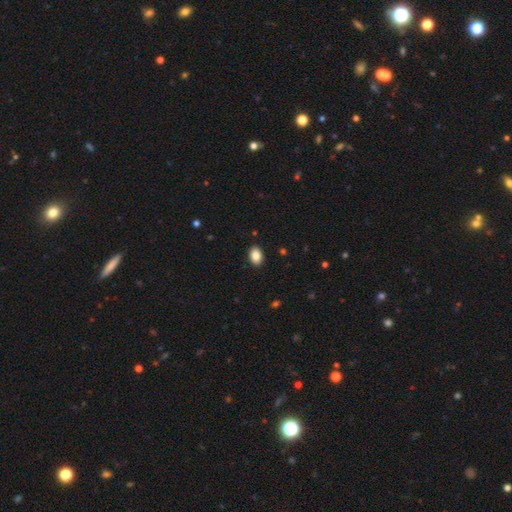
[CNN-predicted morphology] This appears to be a smooth galaxy with no disk features (87%) that is in between round and cigar-shaped (84%). Merging: none (90%).